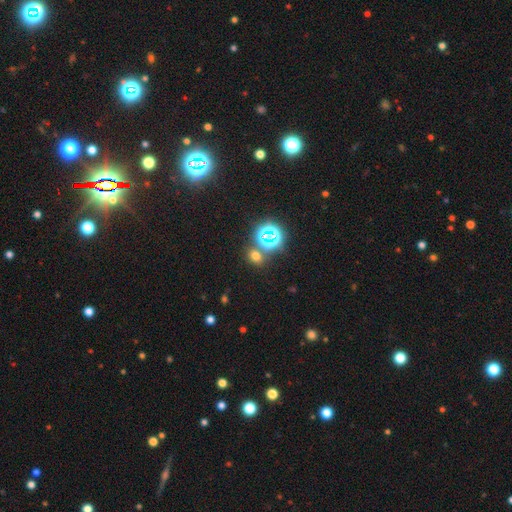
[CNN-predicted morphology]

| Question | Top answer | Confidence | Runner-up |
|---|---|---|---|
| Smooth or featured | smooth | 54% | star or artifact (38%) |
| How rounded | round | 52% | in between (47%) |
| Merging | none | 75% | merger (12%) |